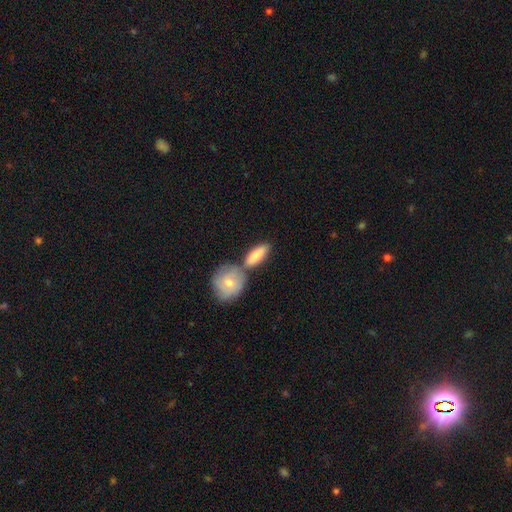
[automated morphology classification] Smooth or featured? Predicted: smooth (p=0.75). How rounded? Predicted: in between (p=0.64). Merging? Predicted: none (p=0.51).